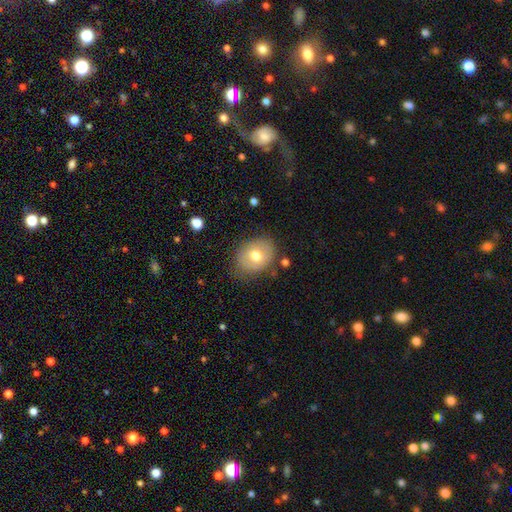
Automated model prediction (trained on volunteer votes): smooth-or-featured: smooth: 69% | featured or disk: 23% | star or artifact: 8%
  how-rounded: in between: 55% | round: 45% | cigar-shaped: 1%
  merging: none: 73% | minor disturbance: 19% | major disturbance: 5% | merger: 2%